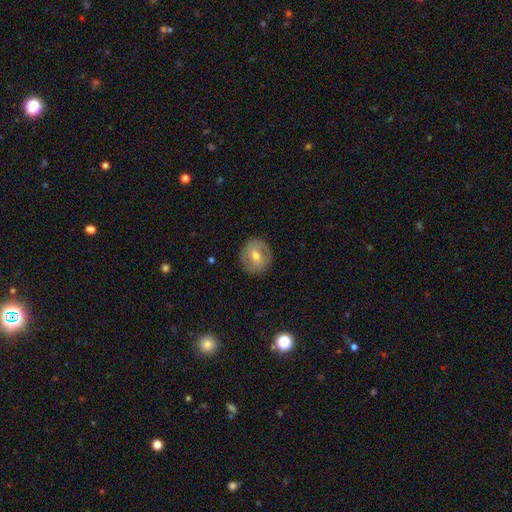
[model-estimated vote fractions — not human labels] smooth_or_featured: smooth (p=0.49) [alt: featured or disk p=0.43]
merging: none (p=0.86) [alt: minor disturbance p=0.10]